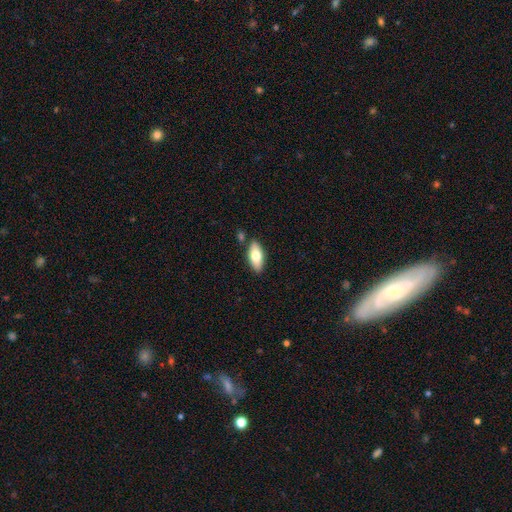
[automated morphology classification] type=smooth (71%); roundness=in between (84%); merging=none (82%).